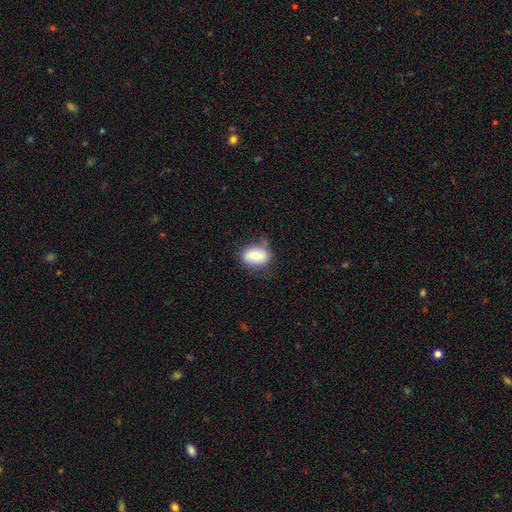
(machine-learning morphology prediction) This is likely a smooth galaxy (72%). How rounded: likely in between (66%). Merging: likely none (73%).